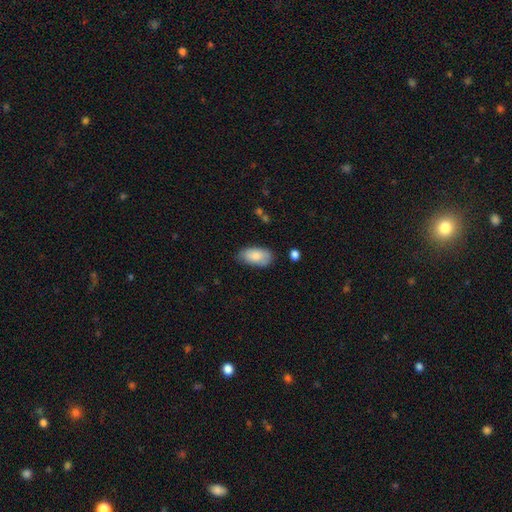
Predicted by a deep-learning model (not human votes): Smooth or featured: smooth — 82% (featured or disk — 11%)
How rounded: in between — 94% (round — 4%)
Merging: none — 68% (minor disturbance — 25%)